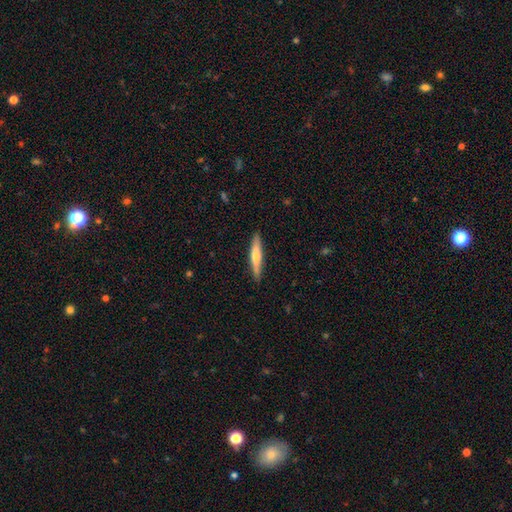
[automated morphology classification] The model was most divided on "smooth or featured": smooth: 57%, featured or disk: 38%, star or artifact: 5%. More confident: how rounded — cigar-shaped (90%); merging — none (89%).